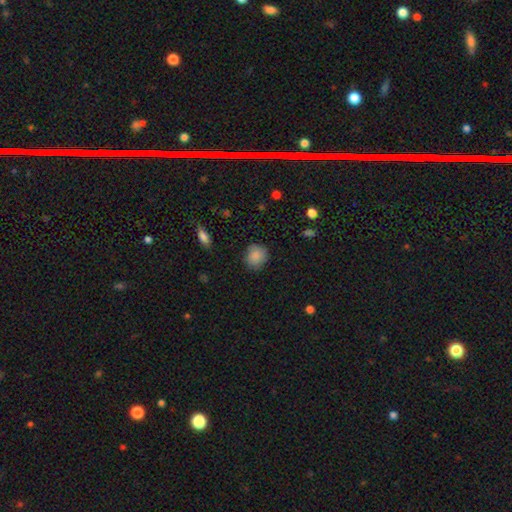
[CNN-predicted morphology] Smooth or featured? smooth (87%)
How rounded? round (76%)
Merging? none (81%)